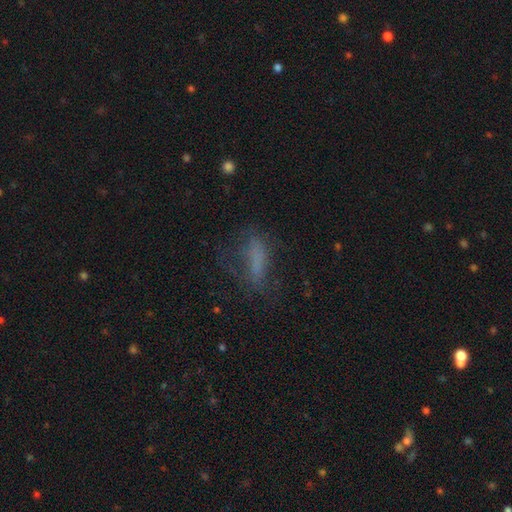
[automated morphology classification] Overall: smooth (56%; featured or disk 25%). How rounded: cigar-shaped (50%; in between 47%). Merging: none (50%; major disturbance 25%).